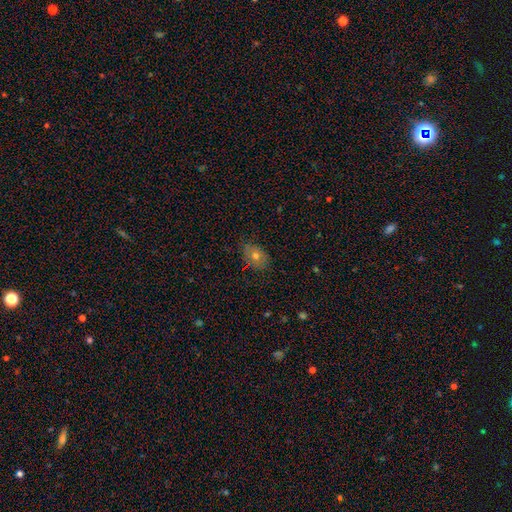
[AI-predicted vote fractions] This is likely a smooth galaxy (64%). How rounded: likely in between (71%). Merging: likely none (79%).